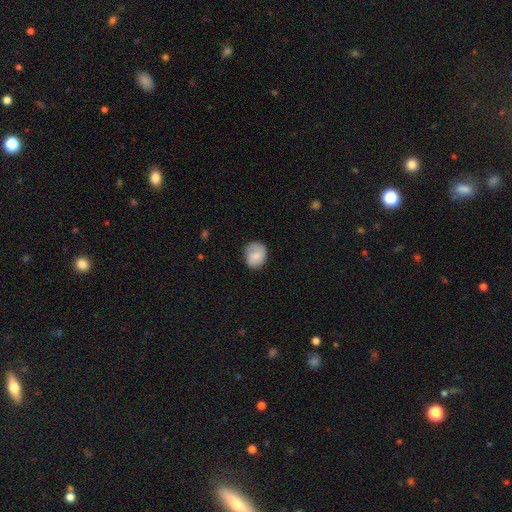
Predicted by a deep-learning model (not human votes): Smooth or featured: smooth — 74% (featured or disk — 19%)
How rounded: round — 65% (in between — 34%)
Merging: none — 69% (minor disturbance — 24%)